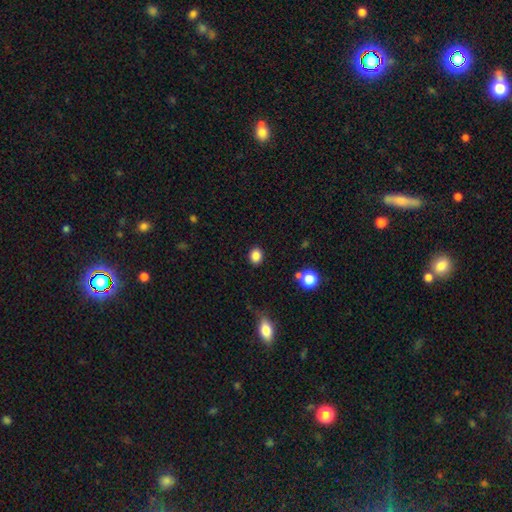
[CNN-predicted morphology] smooth_or_featured: smooth (p=0.85) [alt: star or artifact p=0.11]
how_rounded: round (p=0.61) [alt: in between p=0.38]
merging: none (p=0.88) [alt: minor disturbance p=0.07]